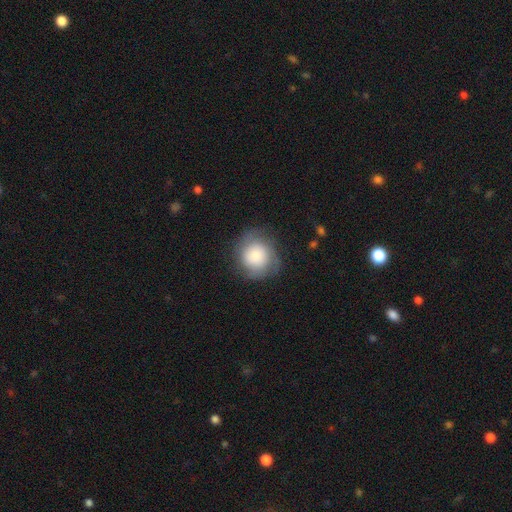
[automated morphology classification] Smooth or featured? smooth (73%)
How rounded? round (87%)
Merging? none (71%)